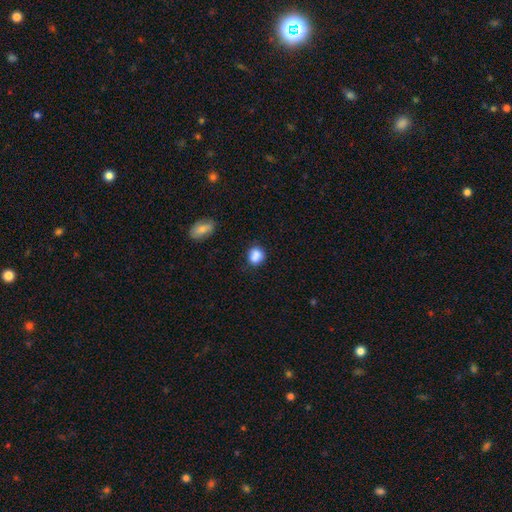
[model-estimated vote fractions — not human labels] smooth-or-featured: smooth: 86% | star or artifact: 10% | featured or disk: 5%
  how-rounded: round: 62% | in between: 37% | cigar-shaped: 1%
  merging: none: 70% | minor disturbance: 19% | merger: 6% | major disturbance: 4%